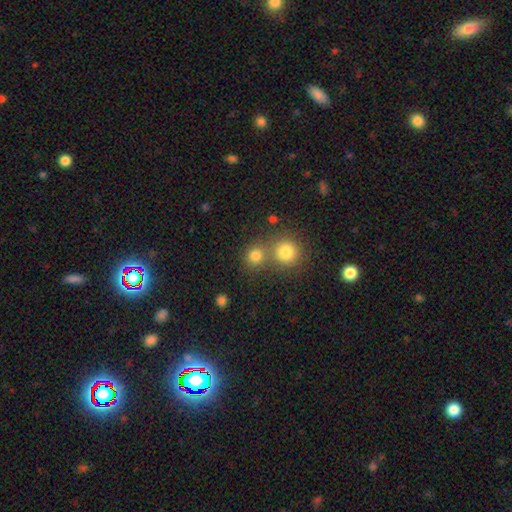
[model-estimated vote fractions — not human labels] Smooth or featured?
  - smooth: 79% *
  - star or artifact: 14%
  - featured or disk: 7%
How rounded?
  - round: 86% *
  - in between: 13%
  - cigar-shaped: 1%
Merging?
  - none: 55% *
  - merger: 35%
  - minor disturbance: 7%
  - major disturbance: 3%